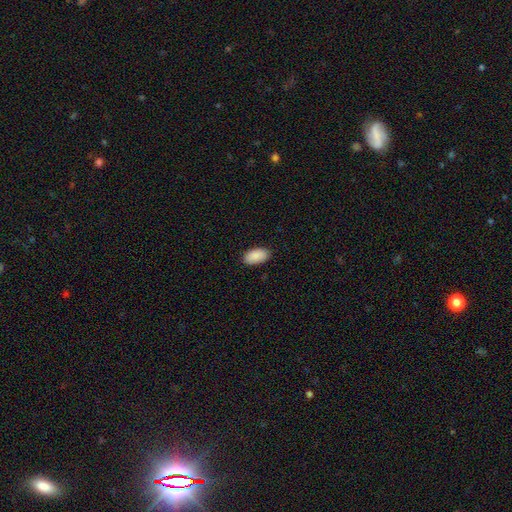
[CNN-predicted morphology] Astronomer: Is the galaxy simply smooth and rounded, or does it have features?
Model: smooth — 90%.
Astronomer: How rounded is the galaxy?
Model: in between — 95%.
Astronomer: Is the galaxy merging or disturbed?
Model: none — 88%.